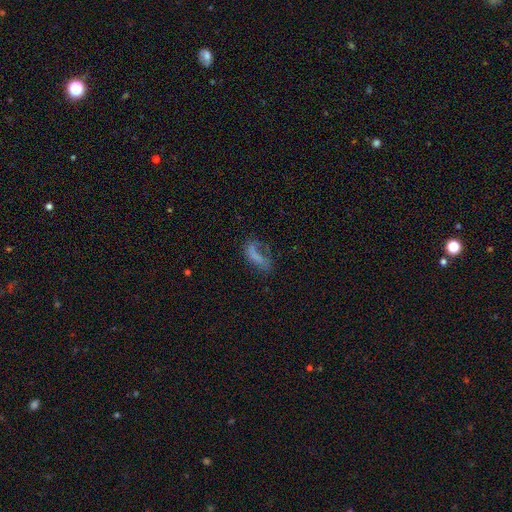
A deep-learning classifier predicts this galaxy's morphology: smooth 52%, featured or disk 34%, star or artifact 14%. Down the decision tree: how rounded — in between (75%); merging — major disturbance (38%).